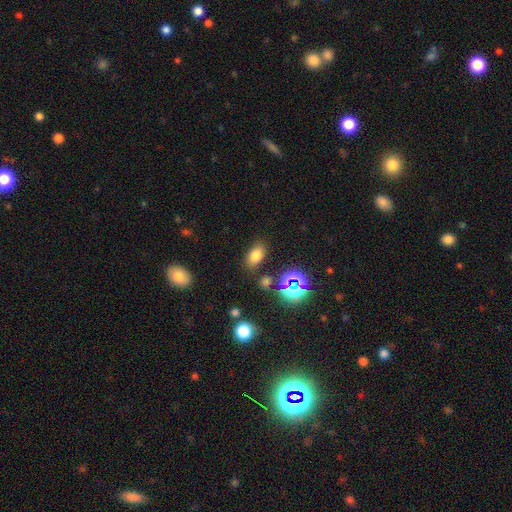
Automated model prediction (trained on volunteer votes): This is likely a smooth galaxy (72%). How rounded: clearly in between (85%). Merging: clearly none (80%).